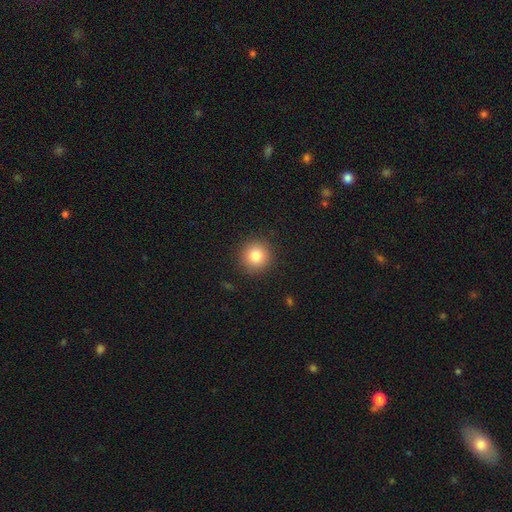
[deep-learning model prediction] A smooth galaxy with no disk features (83%) that is round (94%).

Vote fractions:
- Smooth or featured? smooth: 83% / star or artifact: 10% / featured or disk: 7%
- How rounded? round: 94% / in between: 6% / cigar-shaped: 1%
- Merging? none: 91% / minor disturbance: 6% / major disturbance: 2% / merger: 1%